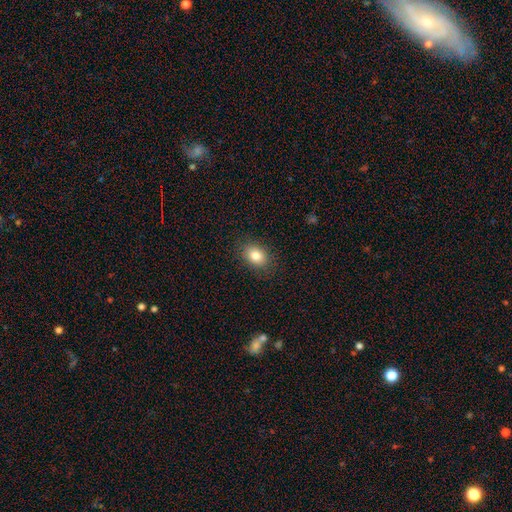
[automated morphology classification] Smooth or featured? smooth (83%)
How rounded? in between (70%)
Merging? none (87%)